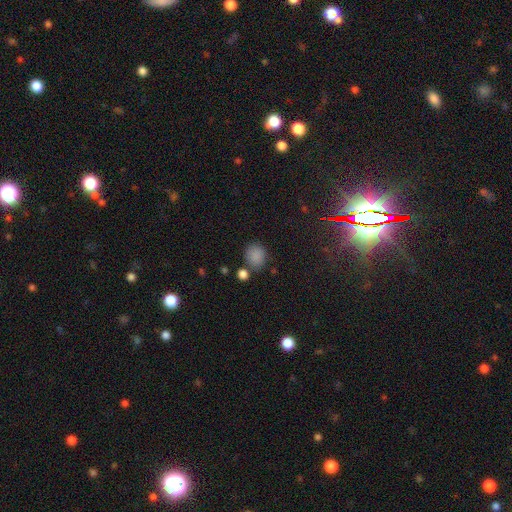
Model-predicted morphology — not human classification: Smooth or featured? Predicted: smooth (p=0.83). How rounded? Predicted: round (p=0.75). Merging? Predicted: none (p=0.72).